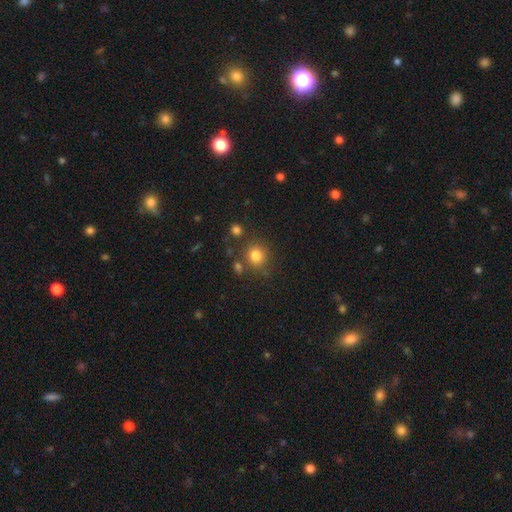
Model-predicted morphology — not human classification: type=smooth (81%); roundness=round (85%); merging=none (77%).